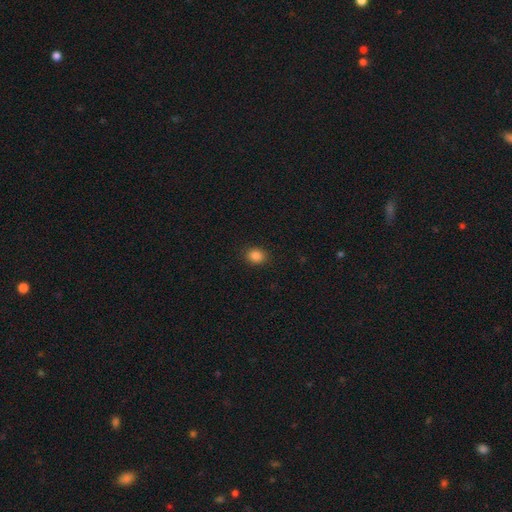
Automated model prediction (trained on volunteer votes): Morphology: type=smooth (85%); roundness=round (57%); merging=none (89%).